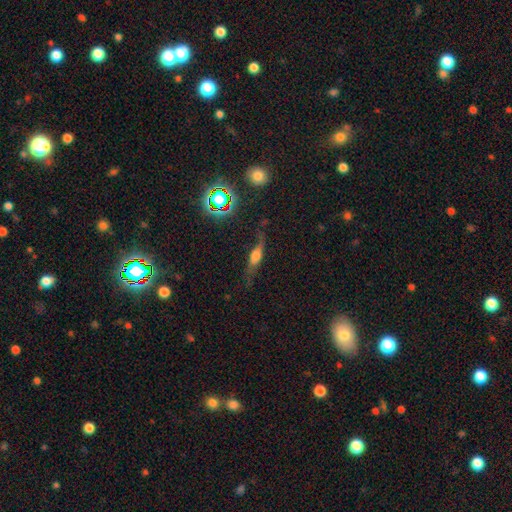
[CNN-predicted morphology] featured or disk 50%, smooth 37%, star or artifact 13%. Down the decision tree: merging — none (59%).